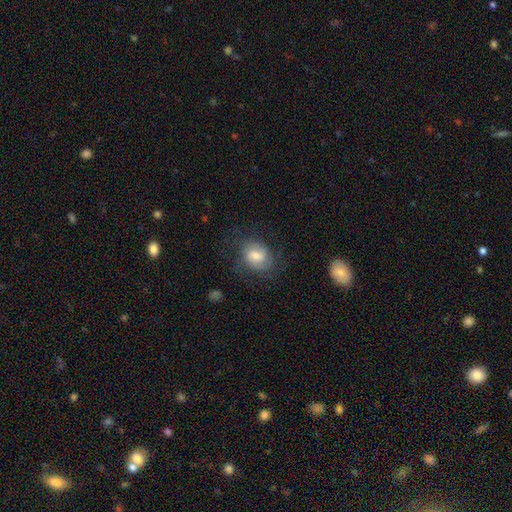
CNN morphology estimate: smooth_or_featured: featured or disk (p=0.48) [alt: smooth p=0.42]
merging: none (p=0.66) [alt: minor disturbance p=0.19]